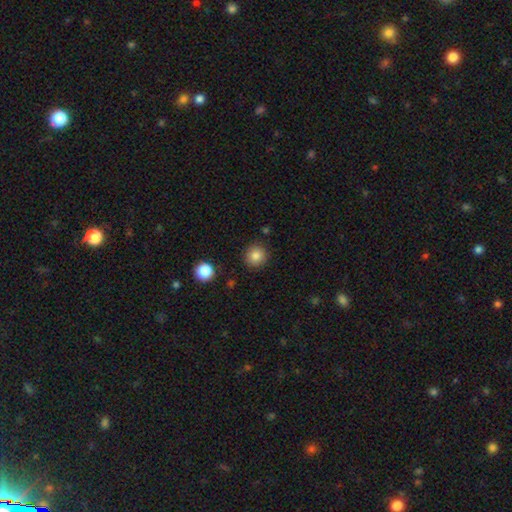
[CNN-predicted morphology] This is clearly a smooth galaxy (85%). How rounded: clearly round (92%). Merging: clearly none (89%).